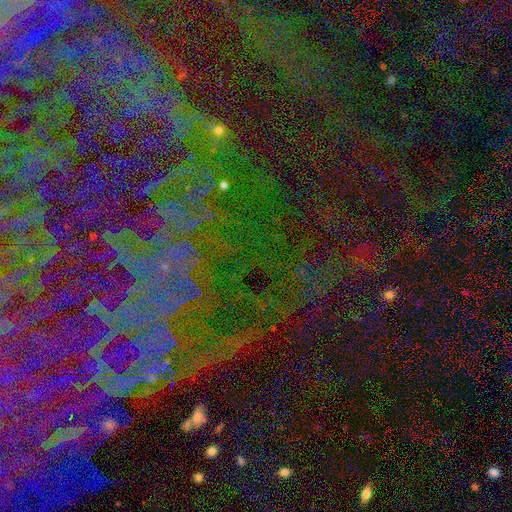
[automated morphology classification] A star or artifact, not a galaxy (75%).